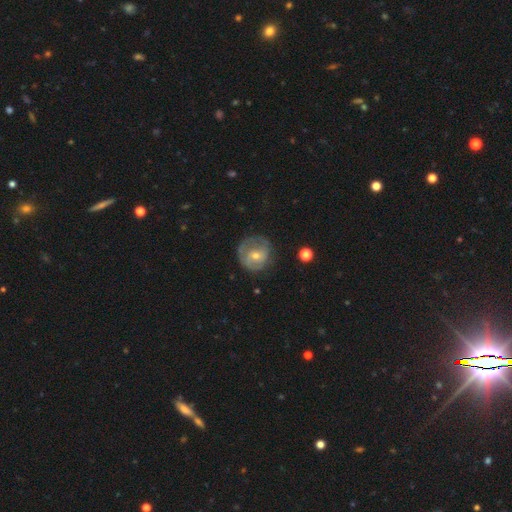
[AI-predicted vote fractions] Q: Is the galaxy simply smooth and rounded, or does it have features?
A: featured or disk — 58%.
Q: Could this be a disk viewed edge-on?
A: no — 97%.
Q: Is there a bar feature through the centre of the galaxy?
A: no — 60%.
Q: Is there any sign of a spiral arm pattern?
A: yes — 67%.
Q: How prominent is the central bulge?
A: moderate — 49%.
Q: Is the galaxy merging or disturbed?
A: none — 62%.